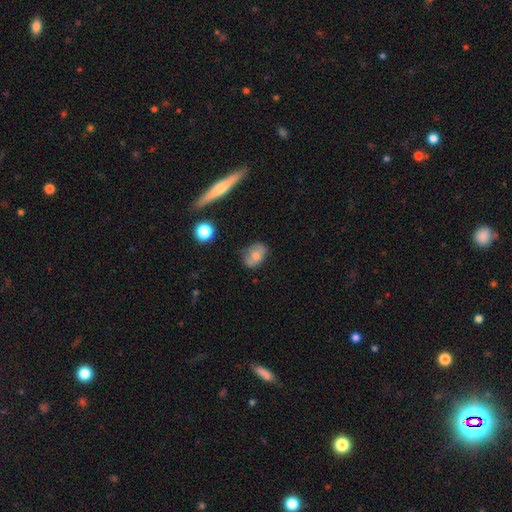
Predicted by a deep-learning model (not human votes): smooth-or-featured: smooth: 64% | featured or disk: 27% | star or artifact: 9%
  how-rounded: in between: 75% | round: 23% | cigar-shaped: 2%
  merging: none: 64% | minor disturbance: 26% | major disturbance: 7% | merger: 3%